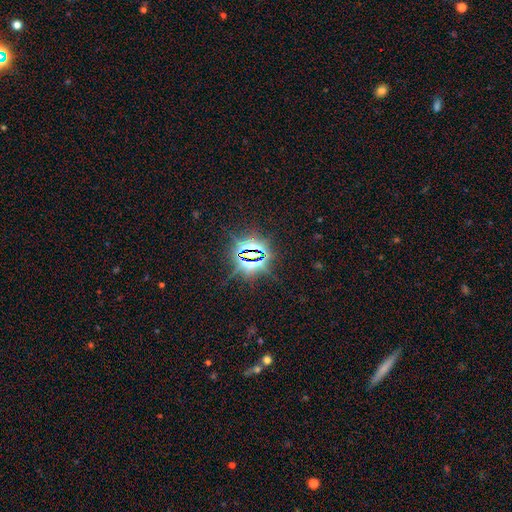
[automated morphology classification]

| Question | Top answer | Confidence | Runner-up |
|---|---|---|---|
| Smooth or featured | star or artifact | 84% | smooth (9%) |